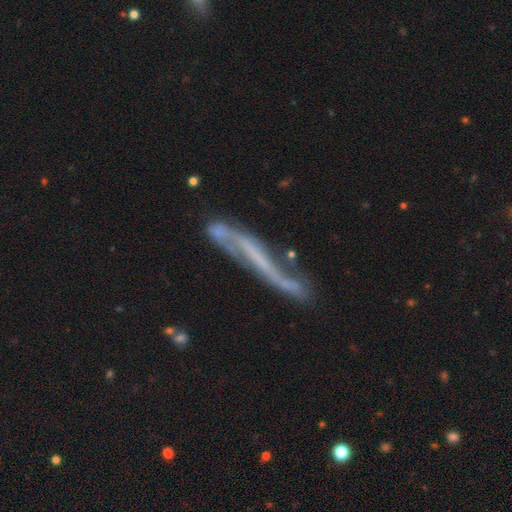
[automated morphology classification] This is likely a featured or disk galaxy (70%). It is possibly viewed edge-on (57%). Merging: possibly none (50%).